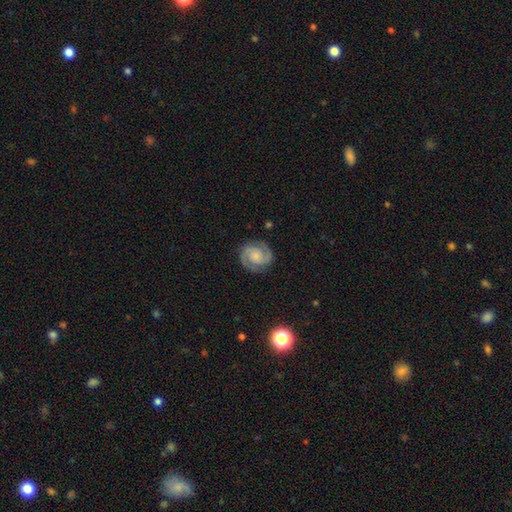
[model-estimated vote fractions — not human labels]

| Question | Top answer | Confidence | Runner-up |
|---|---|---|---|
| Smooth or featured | featured or disk | 86% | smooth (9%) |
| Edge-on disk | no | 98% | yes (2%) |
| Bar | no | 65% | weak (29%) |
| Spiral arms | yes | 98% | no (2%) |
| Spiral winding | tight | 52% | medium (42%) |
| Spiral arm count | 2 | 90% | 3 (3%) |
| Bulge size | small | 45% | moderate (31%) |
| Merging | none | 85% | minor disturbance (11%) |